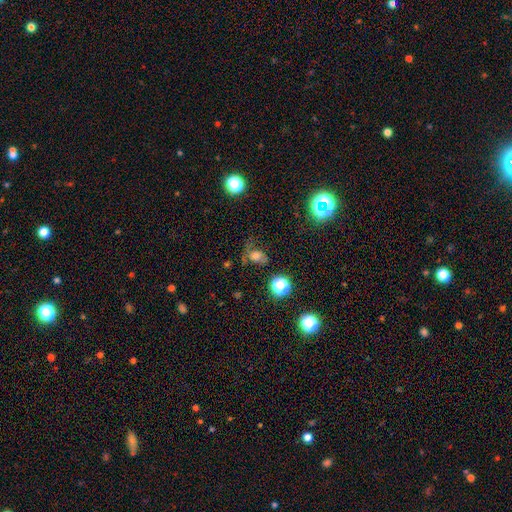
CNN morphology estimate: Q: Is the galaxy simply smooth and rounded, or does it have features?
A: smooth — 57%.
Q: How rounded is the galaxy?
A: in between — 50%.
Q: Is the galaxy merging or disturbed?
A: none — 41%.